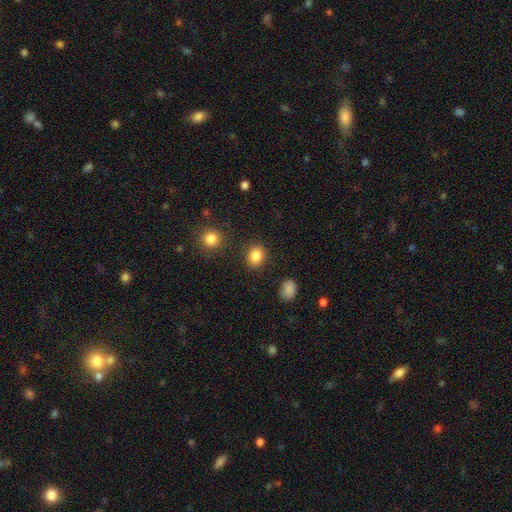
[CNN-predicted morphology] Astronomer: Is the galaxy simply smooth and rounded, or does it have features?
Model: smooth — 86%.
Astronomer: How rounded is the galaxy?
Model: round — 54% (runner-up: in between, 45%).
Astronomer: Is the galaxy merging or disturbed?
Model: none — 87%.